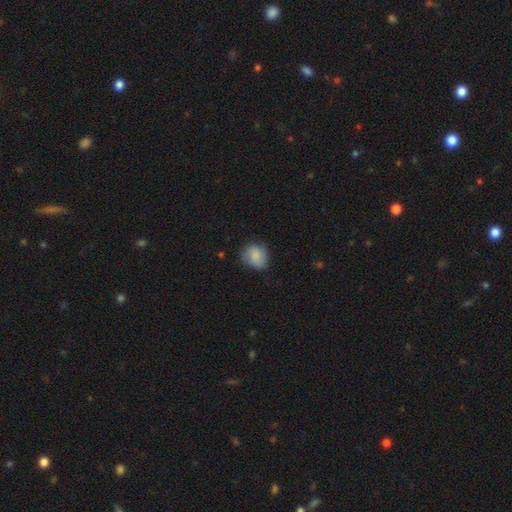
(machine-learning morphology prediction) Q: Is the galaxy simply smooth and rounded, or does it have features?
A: smooth — 82%.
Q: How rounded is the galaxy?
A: round — 60%.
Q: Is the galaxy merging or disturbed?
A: none — 64%.